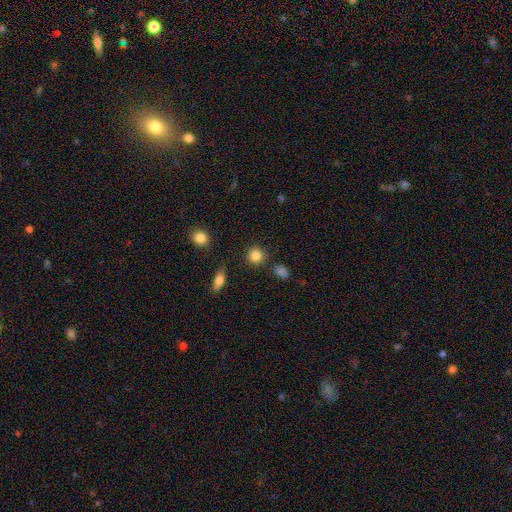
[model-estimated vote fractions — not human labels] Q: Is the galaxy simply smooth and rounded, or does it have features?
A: smooth — 84%.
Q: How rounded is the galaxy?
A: round — 90%.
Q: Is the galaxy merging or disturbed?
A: none — 85%.